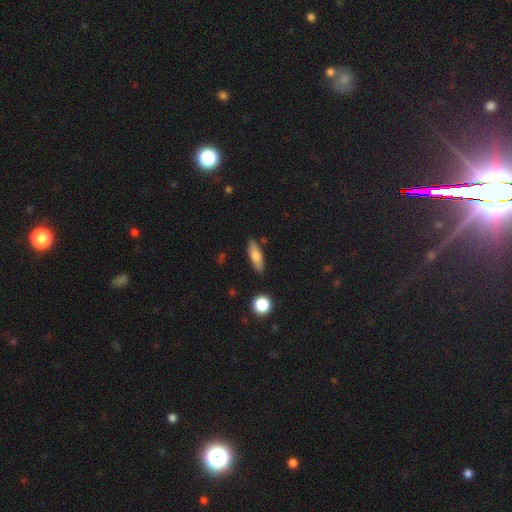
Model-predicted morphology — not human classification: smooth_or_featured: smooth (p=0.72) [alt: featured or disk p=0.21]
how_rounded: in between (p=0.52) [alt: cigar-shaped p=0.45]
merging: none (p=0.84) [alt: minor disturbance p=0.11]